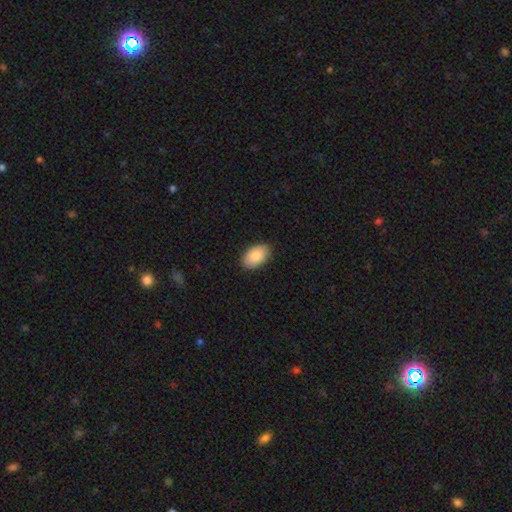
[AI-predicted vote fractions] Overall: smooth (88%). How rounded: in between (93%). Merging: none (89%).